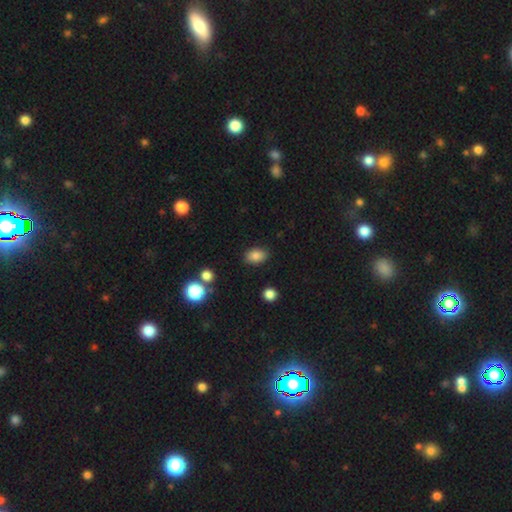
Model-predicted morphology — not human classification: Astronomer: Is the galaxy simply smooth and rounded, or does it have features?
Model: smooth — 82%.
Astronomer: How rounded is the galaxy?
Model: in between — 81%.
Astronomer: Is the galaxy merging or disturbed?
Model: none — 85%.